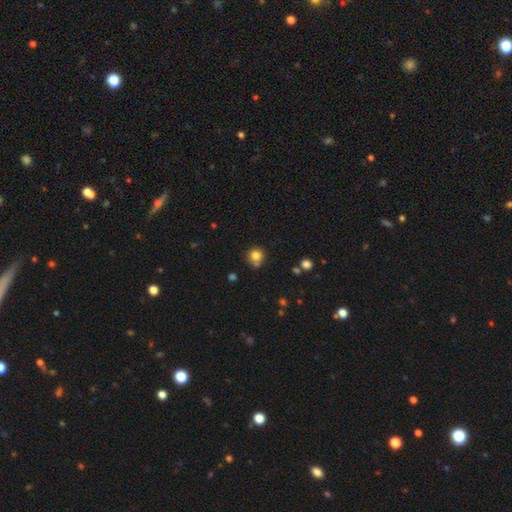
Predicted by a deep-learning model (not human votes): smooth-or-featured: smooth: 80% | star or artifact: 12% | featured or disk: 8%
  how-rounded: round: 90% | in between: 9% | cigar-shaped: 1%
  merging: none: 66% | merger: 18% | minor disturbance: 12% | major disturbance: 4%